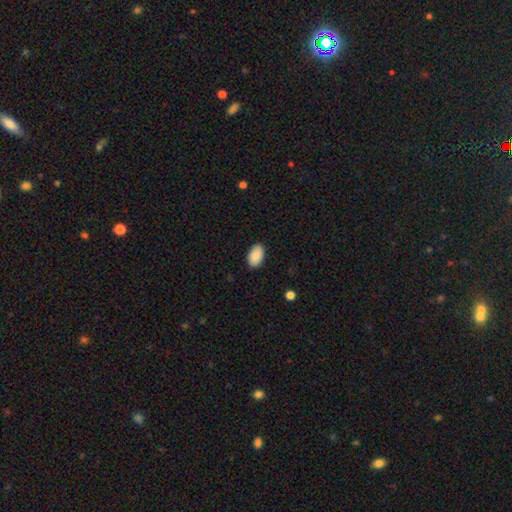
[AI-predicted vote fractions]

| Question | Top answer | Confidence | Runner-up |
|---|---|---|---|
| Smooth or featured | smooth | 89% | star or artifact (6%) |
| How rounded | in between | 93% | round (6%) |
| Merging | none | 89% | minor disturbance (8%) |